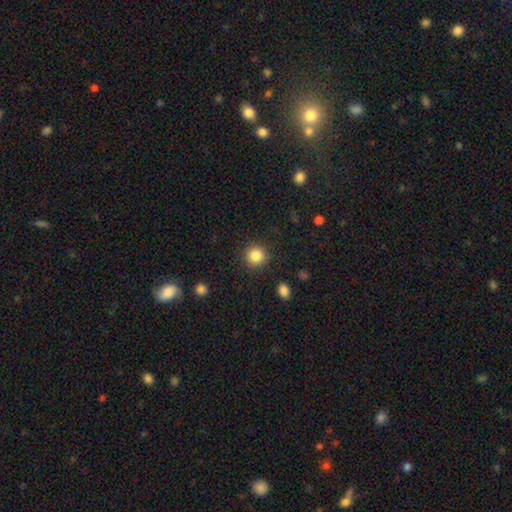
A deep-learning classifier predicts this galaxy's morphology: This is clearly a smooth galaxy (85%). How rounded: clearly round (93%). Merging: clearly none (90%).